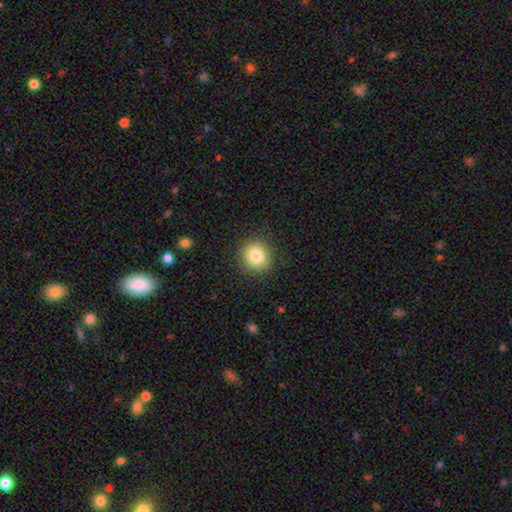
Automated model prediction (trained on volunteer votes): Overall: smooth (82%). How rounded: round (88%). Merging: none (88%).